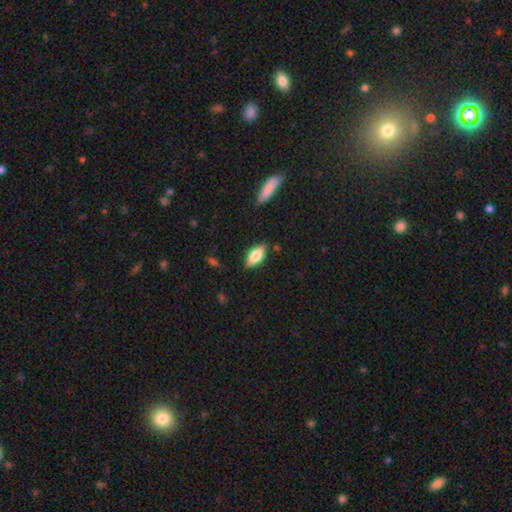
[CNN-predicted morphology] This appears to be a smooth galaxy with no disk features (76%) that is in between round and cigar-shaped (85%). Merging: none (84%).